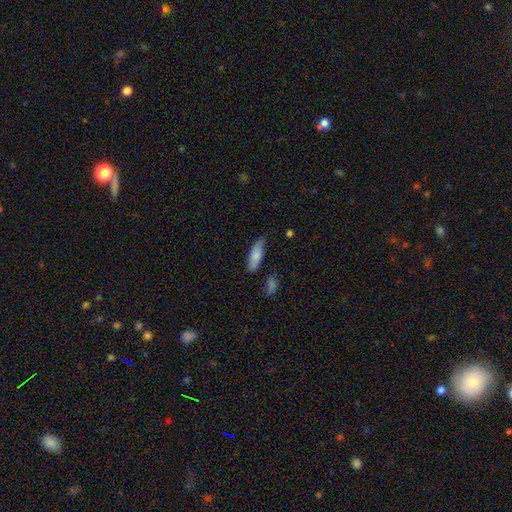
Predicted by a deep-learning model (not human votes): This appears to be a smooth galaxy with no disk features (81%) that is in between round and cigar-shaped (59%). Merging: none (77%).